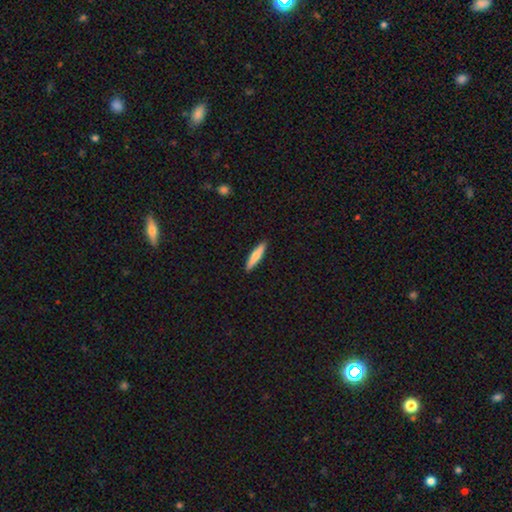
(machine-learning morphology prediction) smooth 70%, featured or disk 24%, star or artifact 5%. Down the decision tree: how rounded — cigar-shaped (86%); merging — none (91%).